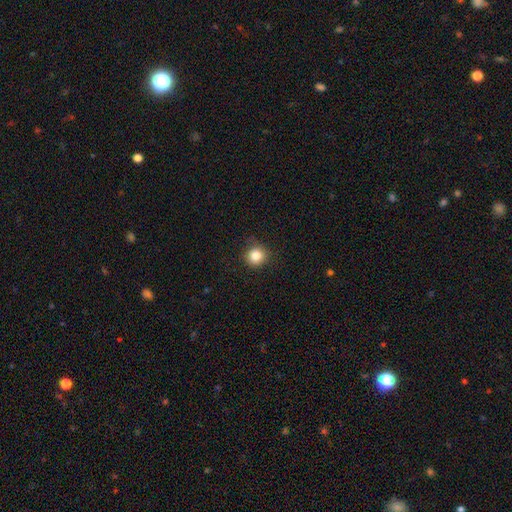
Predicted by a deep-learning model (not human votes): smooth-or-featured: smooth: 84% | star or artifact: 11% | featured or disk: 5%
  how-rounded: round: 92% | in between: 7% | cigar-shaped: 1%
  merging: none: 86% | minor disturbance: 10% | major disturbance: 2% | merger: 1%